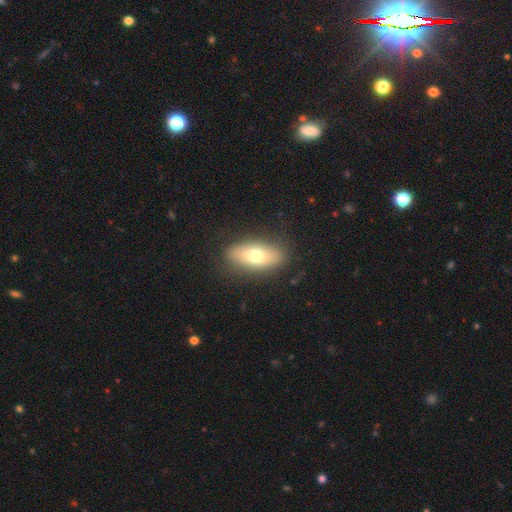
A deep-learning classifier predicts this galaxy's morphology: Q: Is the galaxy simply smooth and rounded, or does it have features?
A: smooth — 69%.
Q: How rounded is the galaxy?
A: in between — 79%.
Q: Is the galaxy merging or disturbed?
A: none — 85%.